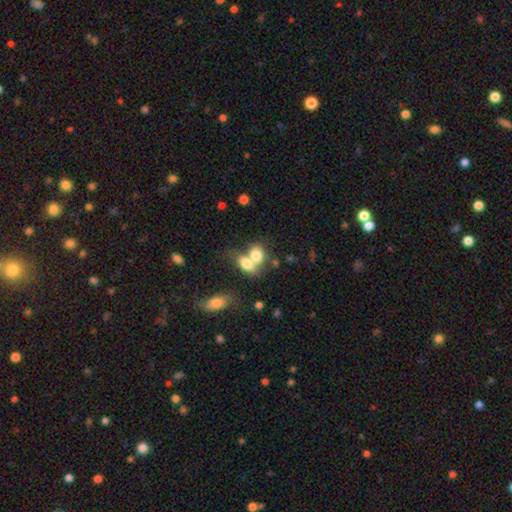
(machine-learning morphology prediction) smooth 75%, featured or disk 16%, star or artifact 9%. Down the decision tree: how rounded — in between (64%); merging — merger (68%).